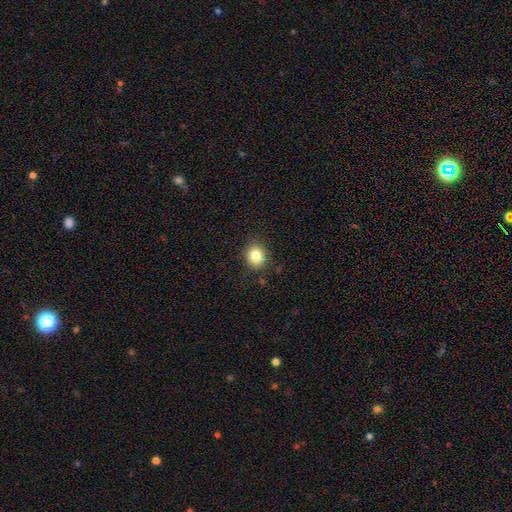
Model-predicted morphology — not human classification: smooth 81%, star or artifact 11%, featured or disk 7%. Down the decision tree: how rounded — round (72%); merging — none (86%).